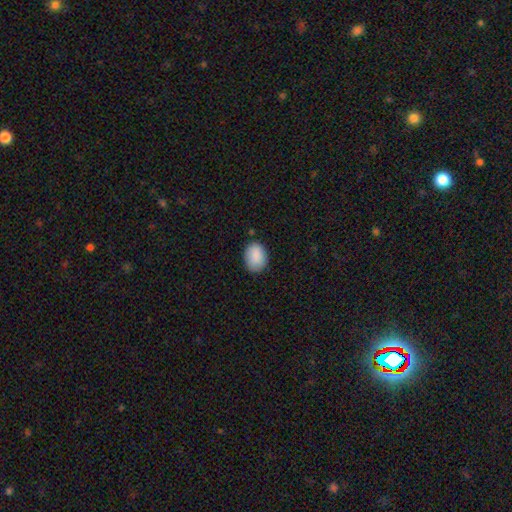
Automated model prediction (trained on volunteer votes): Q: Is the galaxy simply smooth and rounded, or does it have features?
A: smooth — 89%.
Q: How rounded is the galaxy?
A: in between — 73%.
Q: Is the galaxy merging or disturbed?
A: none — 81%.